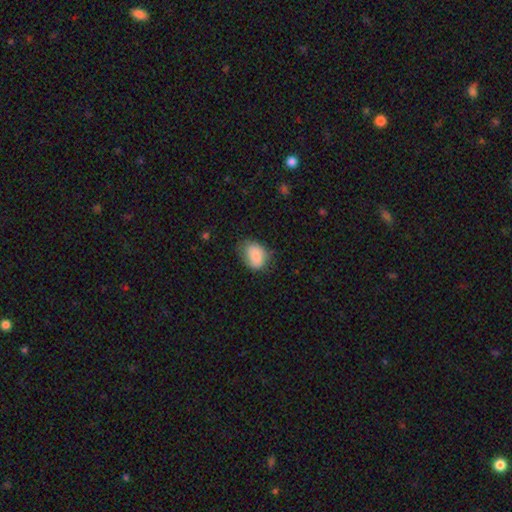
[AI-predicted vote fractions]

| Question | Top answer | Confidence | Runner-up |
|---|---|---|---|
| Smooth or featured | smooth | 85% | featured or disk (8%) |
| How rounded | in between | 71% | round (28%) |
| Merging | none | 63% | minor disturbance (29%) |